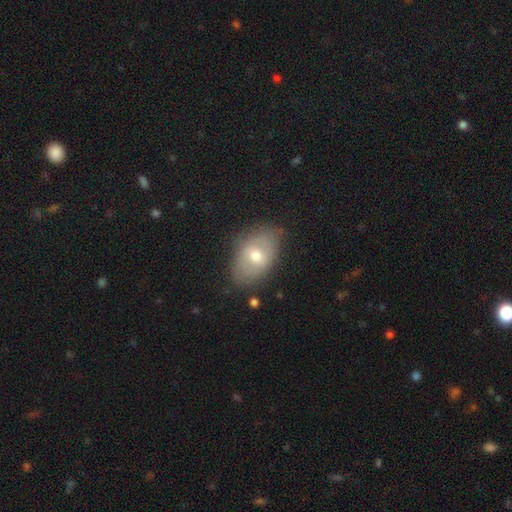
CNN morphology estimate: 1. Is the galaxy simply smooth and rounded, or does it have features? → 56% smooth, 35% featured or disk, 8% star or artifact.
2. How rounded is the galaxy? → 87% in between, 11% round, 2% cigar-shaped.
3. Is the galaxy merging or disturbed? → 77% none, 18% minor disturbance, 4% major disturbance, 2% merger.